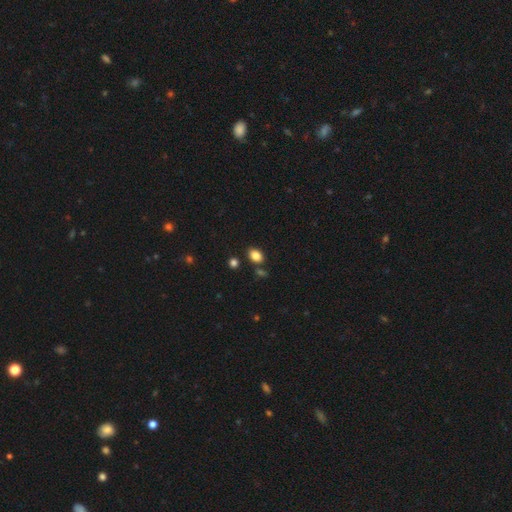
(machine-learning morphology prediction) A smooth galaxy with no disk features (85%) that is in between round and cigar-shaped (76%).

Vote fractions:
- Smooth or featured? smooth: 85% / star or artifact: 11% / featured or disk: 5%
- How rounded? in between: 76% / round: 23% / cigar-shaped: 1%
- Merging? none: 78% / minor disturbance: 11% / merger: 8% / major disturbance: 3%